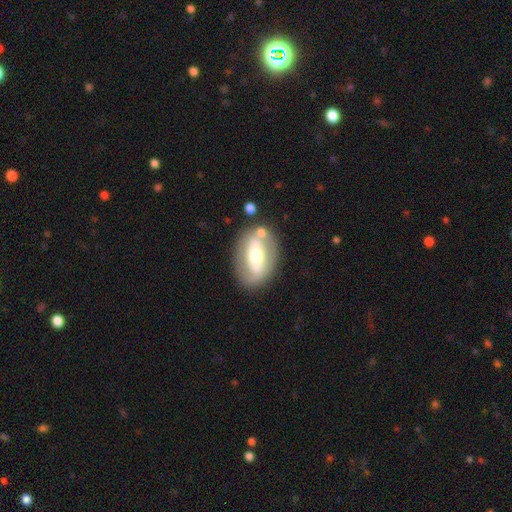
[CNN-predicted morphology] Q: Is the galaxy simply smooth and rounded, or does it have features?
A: featured or disk — 59%.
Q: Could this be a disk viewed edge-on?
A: no — 87%.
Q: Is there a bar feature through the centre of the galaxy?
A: strong — 44%.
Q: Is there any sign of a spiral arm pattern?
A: no — 73%.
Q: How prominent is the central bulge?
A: moderate — 59%.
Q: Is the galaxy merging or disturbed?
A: none — 74%.